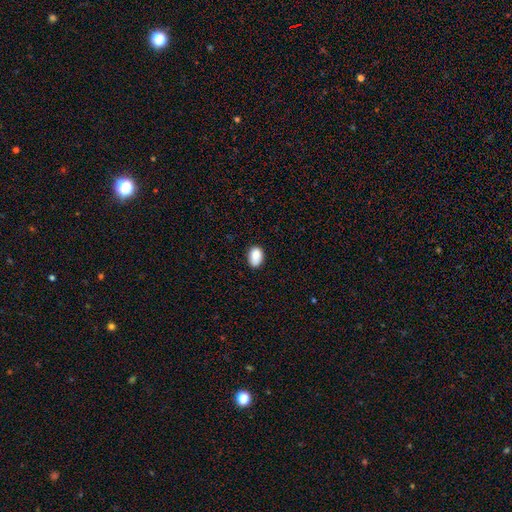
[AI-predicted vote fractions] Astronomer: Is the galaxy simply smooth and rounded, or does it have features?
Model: smooth — 89%.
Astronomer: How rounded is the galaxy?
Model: in between — 84%.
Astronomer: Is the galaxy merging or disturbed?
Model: none — 80%.